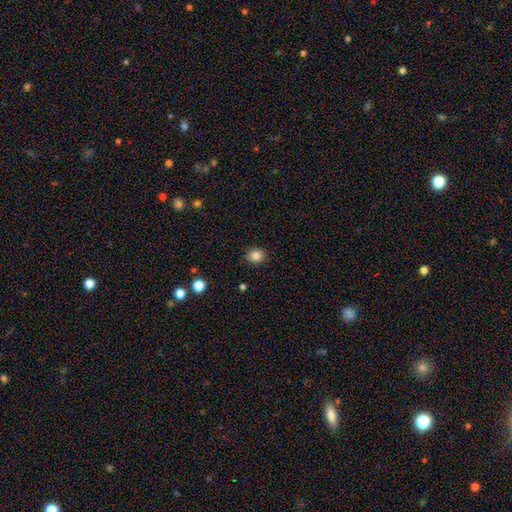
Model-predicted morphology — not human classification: Smooth or featured: smooth — 84% (star or artifact — 11%)
How rounded: round — 70% (in between — 29%)
Merging: none — 89% (minor disturbance — 7%)